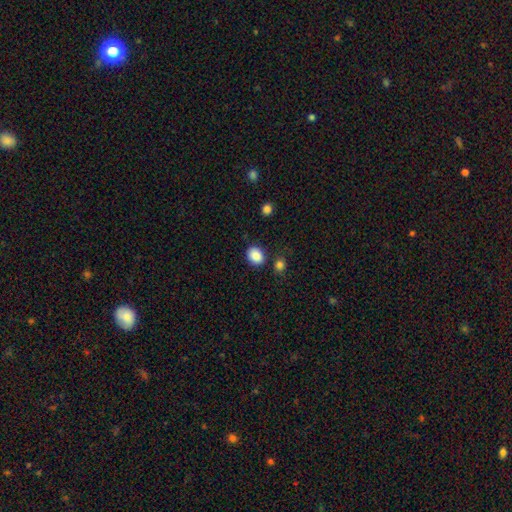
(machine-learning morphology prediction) smooth-or-featured: smooth: 88% | star or artifact: 8% | featured or disk: 4%
  how-rounded: in between: 50% | round: 49% | cigar-shaped: 1%
  merging: none: 82% | minor disturbance: 10% | merger: 5% | major disturbance: 3%